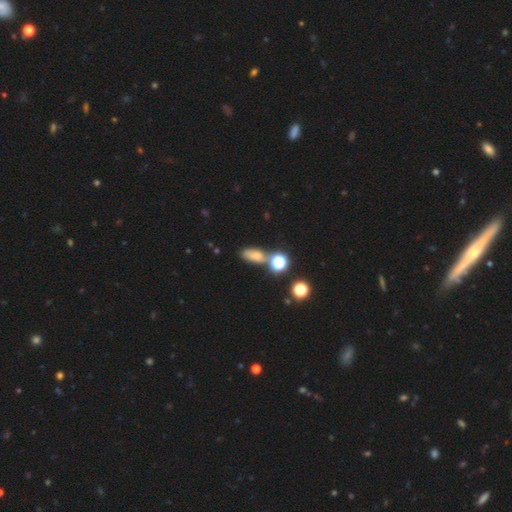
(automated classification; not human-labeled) Q: Smooth or featured?
A: smooth (63%); runner-up: star or artifact (24%)
Q: How rounded?
A: in between (71%); runner-up: round (19%)
Q: Merging?
A: none (58%); runner-up: merger (18%)